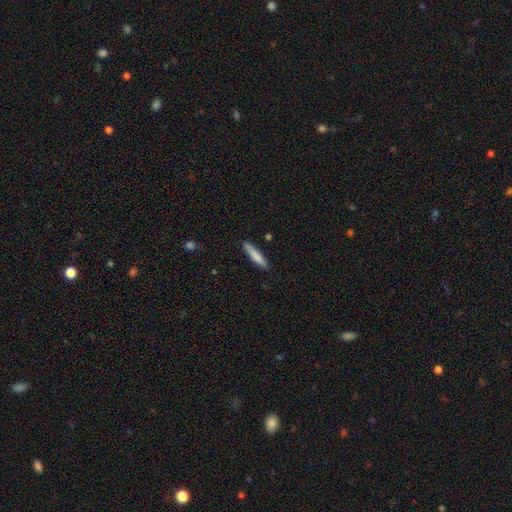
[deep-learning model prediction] The model was most divided on "smooth or featured": smooth: 81%, featured or disk: 13%, star or artifact: 6%. More confident: how rounded — cigar-shaped (89%); merging — none (86%).